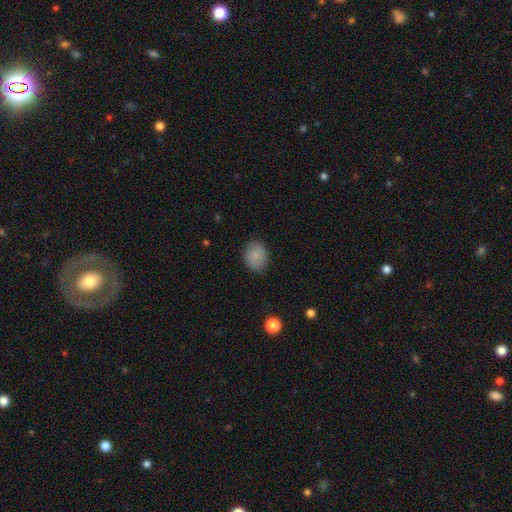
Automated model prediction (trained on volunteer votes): smooth-or-featured: smooth: 85% | star or artifact: 8% | featured or disk: 7%
  how-rounded: round: 58% | in between: 41% | cigar-shaped: 1%
  merging: none: 85% | minor disturbance: 11% | major disturbance: 3% | merger: 1%